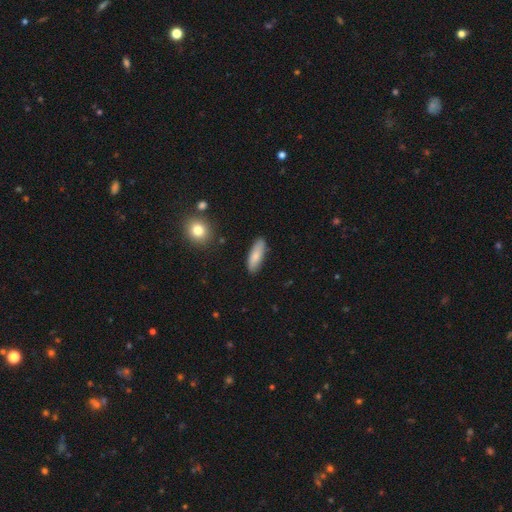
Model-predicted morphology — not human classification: type=smooth (82%); roundness=in between (52%); merging=none (84%).